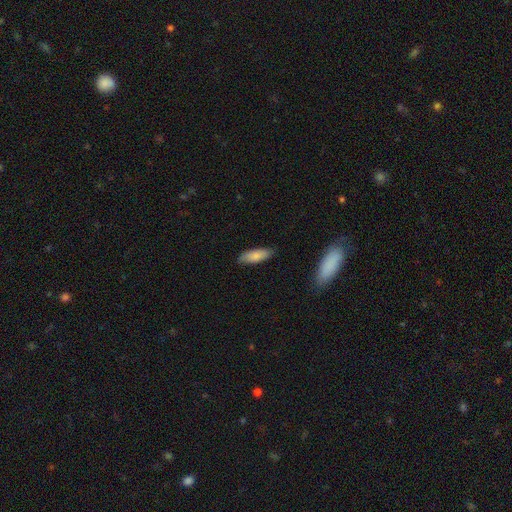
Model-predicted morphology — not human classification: Smooth or featured: smooth — 81% (featured or disk — 13%)
How rounded: in between — 63% (cigar-shaped — 36%)
Merging: none — 83% (minor disturbance — 13%)